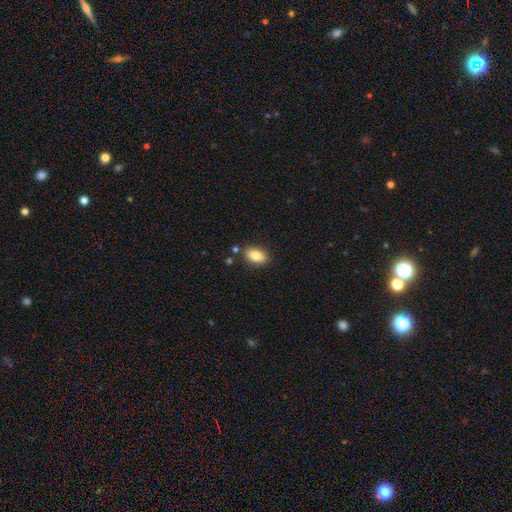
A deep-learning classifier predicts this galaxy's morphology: type=smooth (83%); roundness=in between (88%); merging=none (84%).